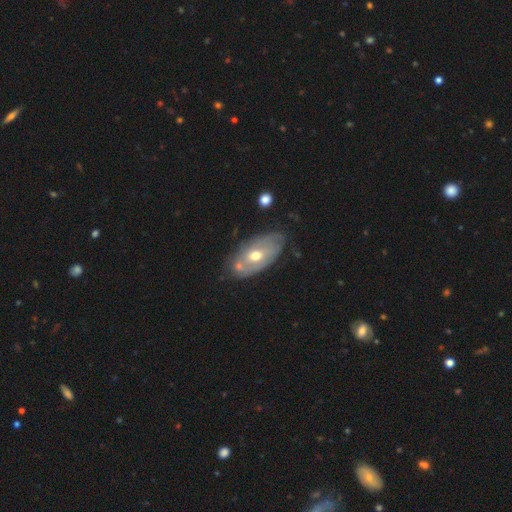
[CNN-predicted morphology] Smooth or featured?
  - featured or disk: 55% *
  - smooth: 39%
  - star or artifact: 6%
Edge-on disk?
  - no: 87% *
  - yes: 13%
Merging?
  - none: 66% *
  - minor disturbance: 20%
  - merger: 8%
  - major disturbance: 5%